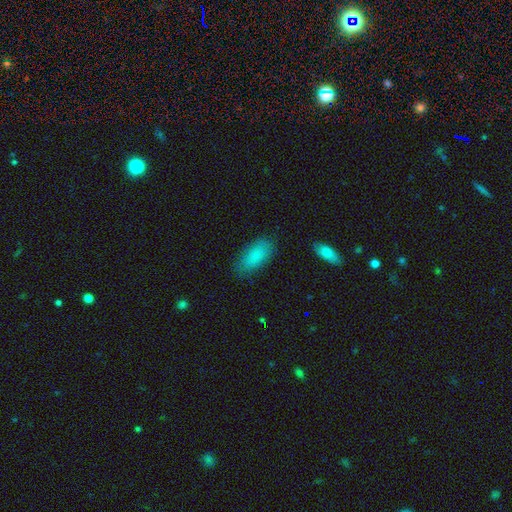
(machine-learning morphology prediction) A smooth galaxy with no disk features (85%) that is in between round and cigar-shaped (88%). Merging: none (81%).